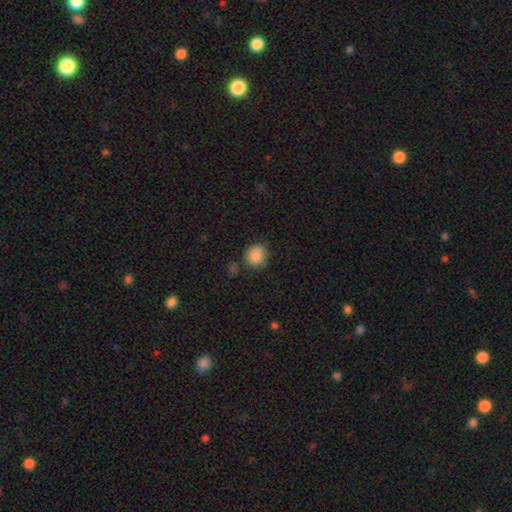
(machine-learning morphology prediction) Smooth or featured? smooth (87%)
How rounded? round (78%)
Merging? none (75%)